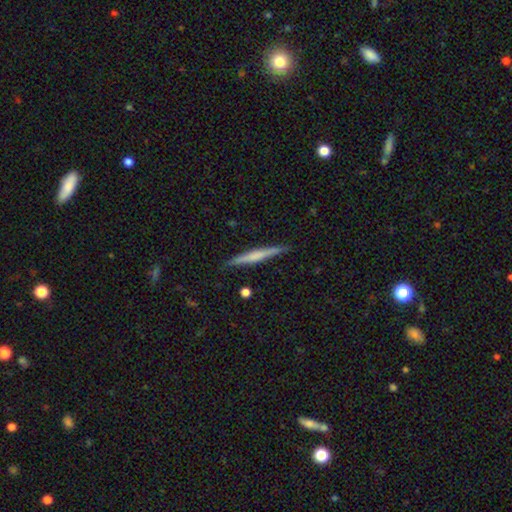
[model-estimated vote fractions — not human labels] This appears to be a featured or disk galaxy (47%, tied with smooth). Merging: none (89%).